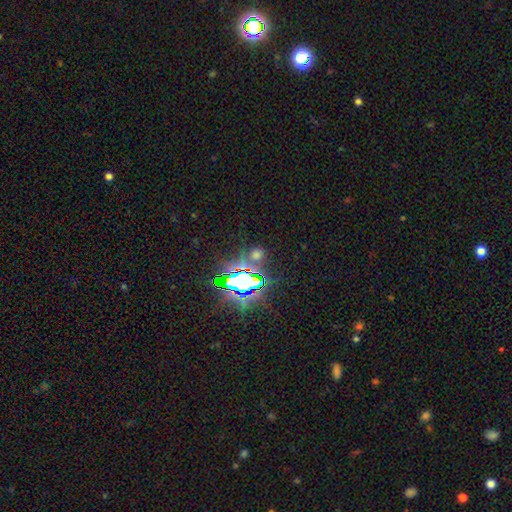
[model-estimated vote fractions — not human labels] star or artifact 67%, smooth 25%, featured or disk 8%.